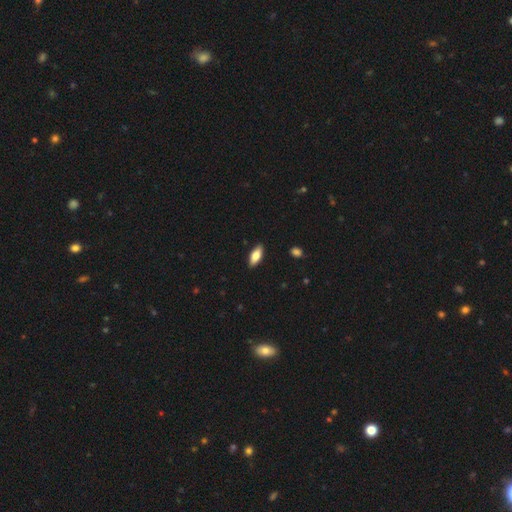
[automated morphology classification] Smooth or featured: smooth — 77% (featured or disk — 17%)
How rounded: in between — 80% (cigar-shaped — 18%)
Merging: none — 89% (minor disturbance — 8%)